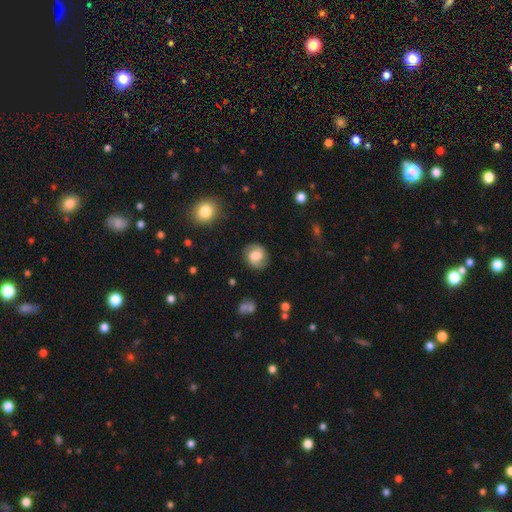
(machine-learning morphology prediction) Smooth or featured: featured or disk — 67% (smooth — 26%)
Edge-on disk: no — 98% (yes — 2%)
Bar: weak — 45% (no — 44%)
Spiral arms: yes — 92% (no — 8%)
Spiral winding: medium — 51% (loose — 25%)
Spiral arm count: 2 — 91% (can't tell — 4%)
Bulge size: moderate — 48% (large — 27%)
Merging: none — 82% (minor disturbance — 12%)